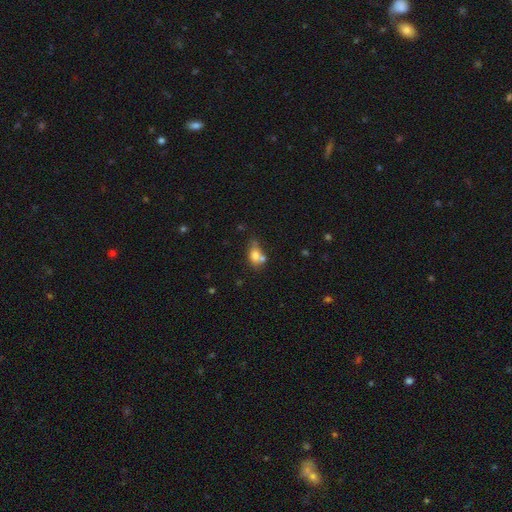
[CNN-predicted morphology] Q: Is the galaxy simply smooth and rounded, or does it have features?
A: smooth — 71%.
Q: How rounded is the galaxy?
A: in between — 69%.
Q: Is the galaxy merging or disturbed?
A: none — 37%.